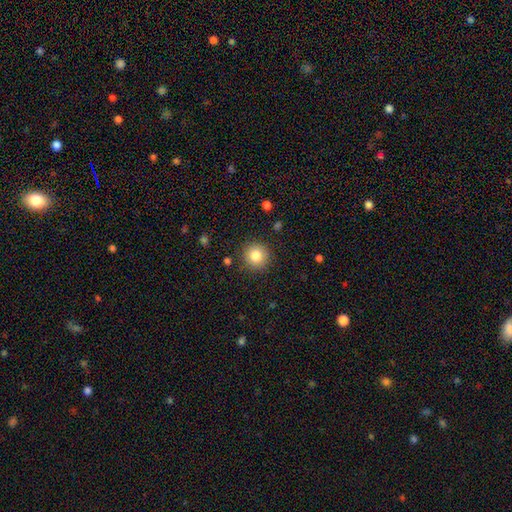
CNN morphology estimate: Smooth or featured?
  - smooth: 82% *
  - star or artifact: 11%
  - featured or disk: 7%
How rounded?
  - round: 95% *
  - in between: 4%
  - cigar-shaped: 1%
Merging?
  - none: 90% *
  - minor disturbance: 6%
  - major disturbance: 2%
  - merger: 1%